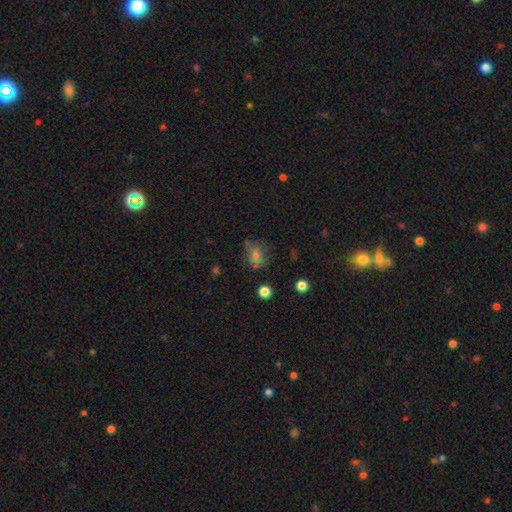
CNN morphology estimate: Smooth or featured: smooth — 63% (star or artifact — 20%)
How rounded: round — 63% (in between — 35%)
Merging: none — 67% (minor disturbance — 20%)